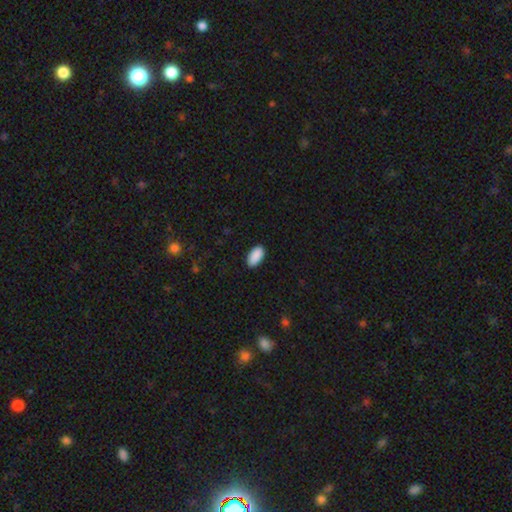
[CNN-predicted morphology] smooth_or_featured: smooth (p=0.91) [alt: star or artifact p=0.06]
how_rounded: in between (p=0.95) [alt: cigar-shaped p=0.03]
merging: none (p=0.89) [alt: minor disturbance p=0.08]